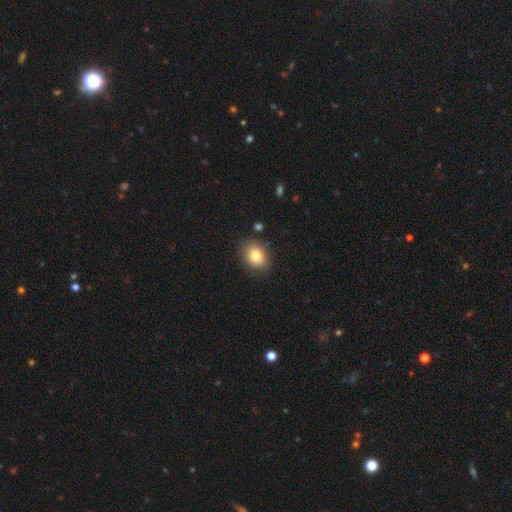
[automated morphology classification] This appears to be a smooth galaxy with no disk features (81%) that is in between round and cigar-shaped (61%). Merging: none (84%).